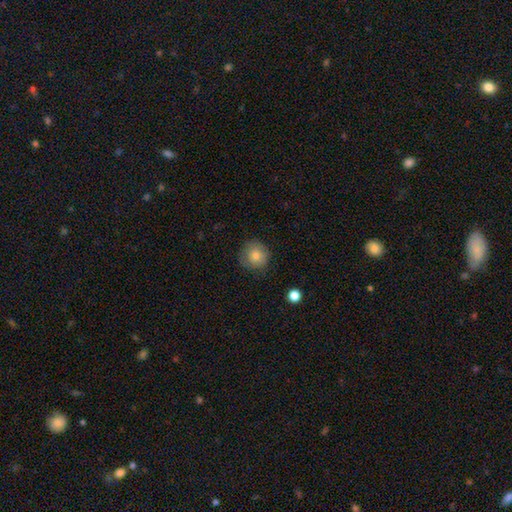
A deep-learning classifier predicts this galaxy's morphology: Smooth or featured: smooth — 81% (featured or disk — 10%)
How rounded: round — 92% (in between — 7%)
Merging: none — 83% (minor disturbance — 12%)